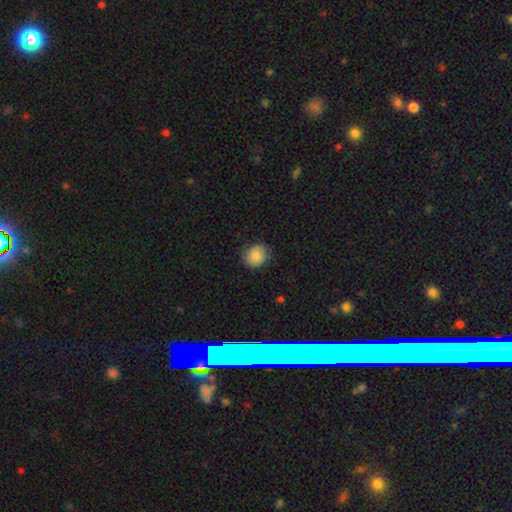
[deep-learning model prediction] smooth-or-featured: smooth: 85% | star or artifact: 8% | featured or disk: 7%
  how-rounded: round: 79% | in between: 20% | cigar-shaped: 1%
  merging: none: 79% | minor disturbance: 16% | major disturbance: 4% | merger: 1%